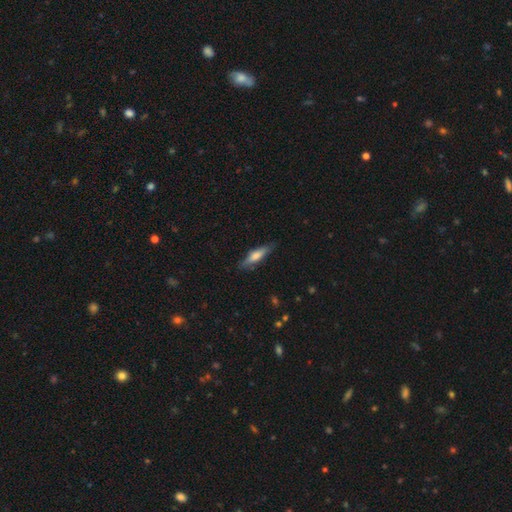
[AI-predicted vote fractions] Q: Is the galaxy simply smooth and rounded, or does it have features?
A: smooth — 56%.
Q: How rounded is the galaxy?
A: cigar-shaped — 72%.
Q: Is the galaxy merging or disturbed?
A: none — 82%.